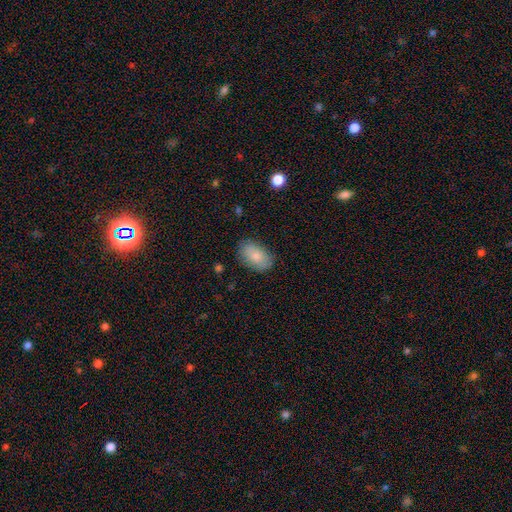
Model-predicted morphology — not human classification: smooth_or_featured: smooth (p=0.83) [alt: featured or disk p=0.11]
how_rounded: in between (p=0.91) [alt: round p=0.07]
merging: none (p=0.81) [alt: minor disturbance p=0.14]